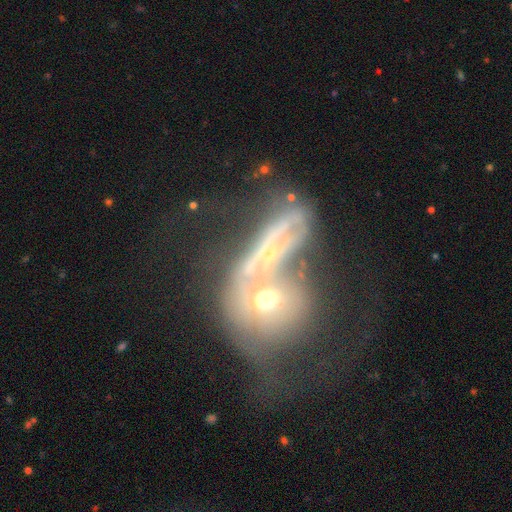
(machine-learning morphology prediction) This appears to be a featured or disk galaxy (54%). Merging: merger (52%).